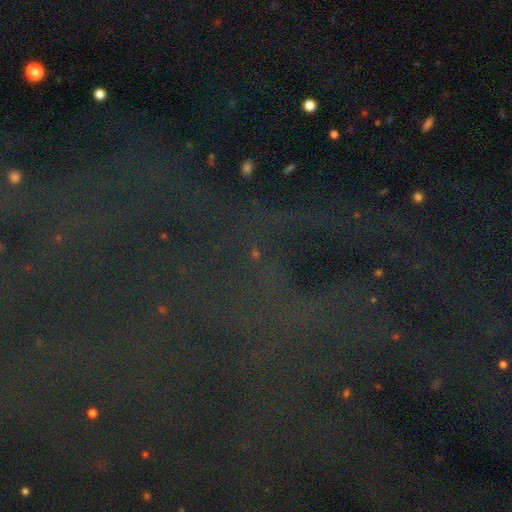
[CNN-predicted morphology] Smooth or featured?
  - star or artifact: 83% *
  - smooth: 9%
  - featured or disk: 8%